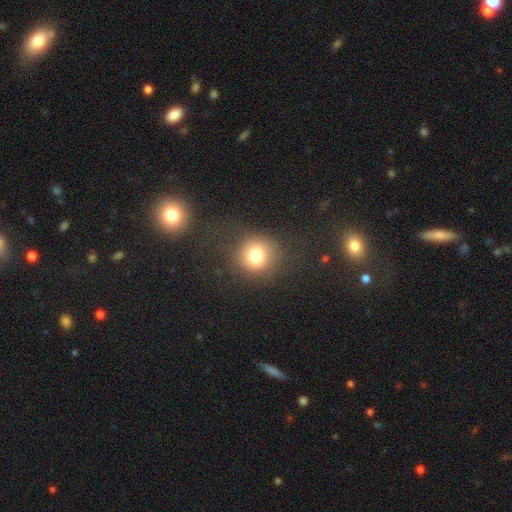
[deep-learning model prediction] A smooth galaxy with no disk features (79%) that is round (88%). Merging: none (78%).